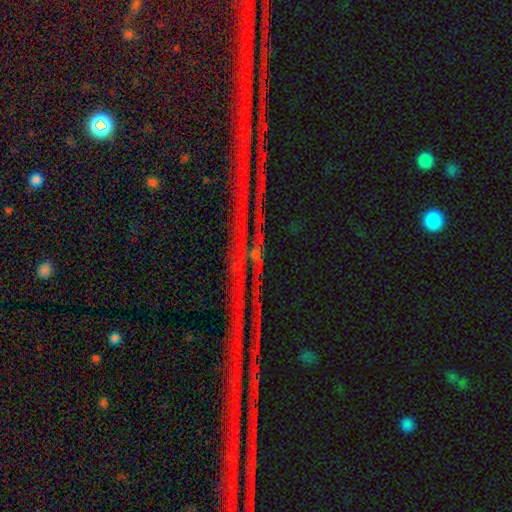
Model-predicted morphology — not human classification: Smooth or featured?
  - star or artifact: 83% *
  - featured or disk: 10%
  - smooth: 7%